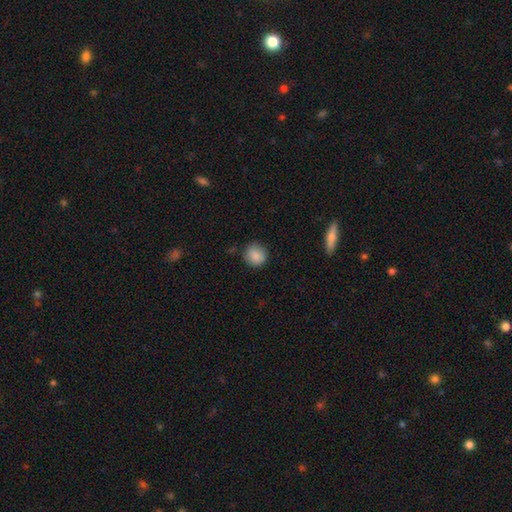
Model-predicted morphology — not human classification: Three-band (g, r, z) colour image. It shows a smooth galaxy with no disk features (87%) that is round (90%). Merging: none (85%).